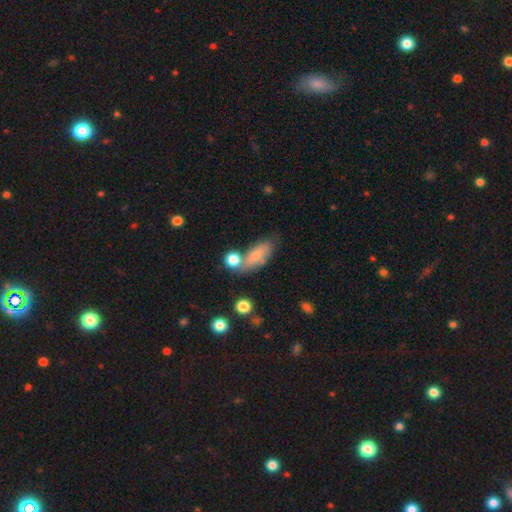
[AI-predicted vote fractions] smooth 73%, featured or disk 18%, star or artifact 9%. Down the decision tree: how rounded — in between (71%); merging — none (52%).